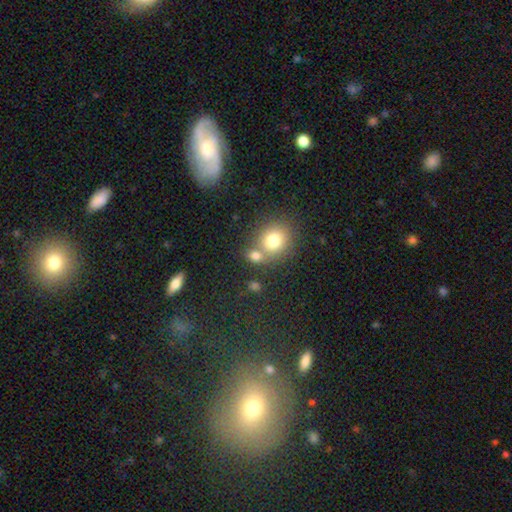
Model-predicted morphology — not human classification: This is likely a smooth galaxy (77%). How rounded: likely round (65%). Merging: possibly none (48%).